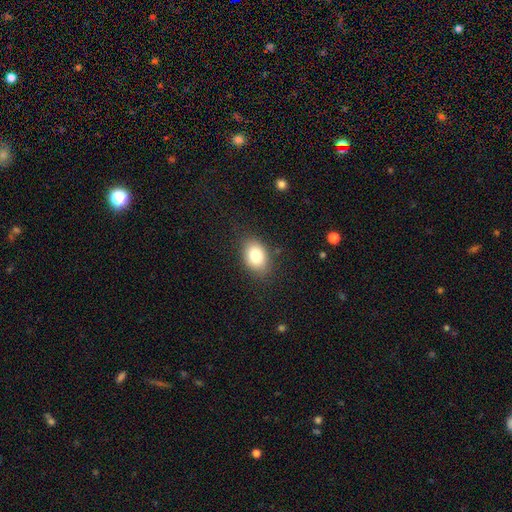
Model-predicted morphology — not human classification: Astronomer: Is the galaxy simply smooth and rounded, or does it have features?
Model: smooth — 82%.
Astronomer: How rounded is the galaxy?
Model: in between — 80%.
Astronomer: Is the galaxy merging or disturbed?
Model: none — 83%.